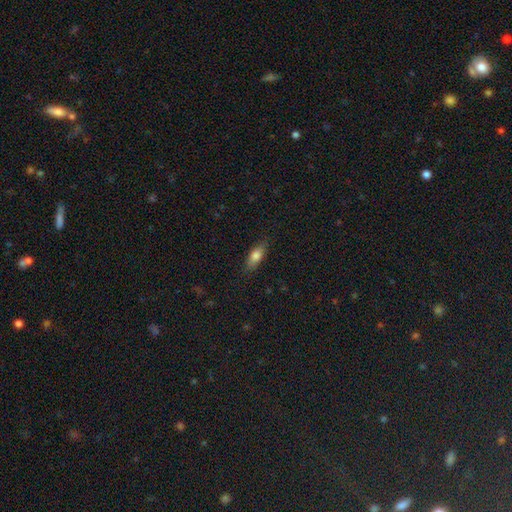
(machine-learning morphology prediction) This is likely a smooth galaxy (77%). How rounded: likely in between (72%). Merging: clearly none (84%).